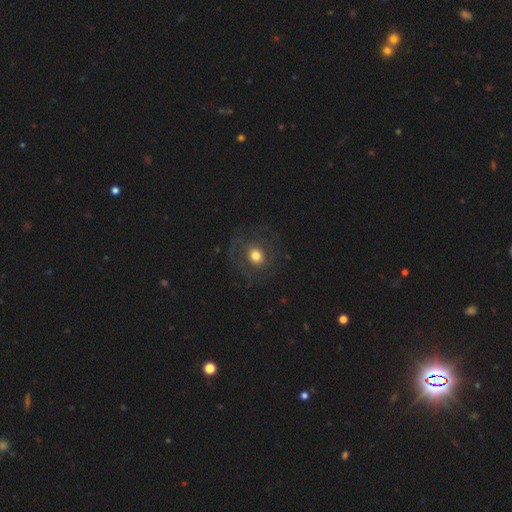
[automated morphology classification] type=smooth (46%); merging=none (72%).